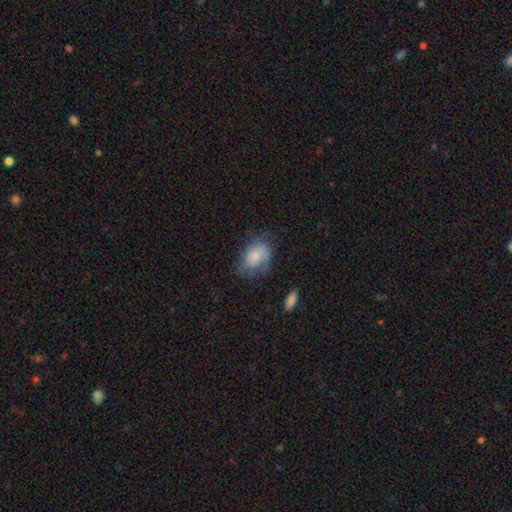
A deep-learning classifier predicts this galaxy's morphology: A smooth galaxy with no disk features (54%) that is in between round and cigar-shaped (78%). Merging: none (49%).